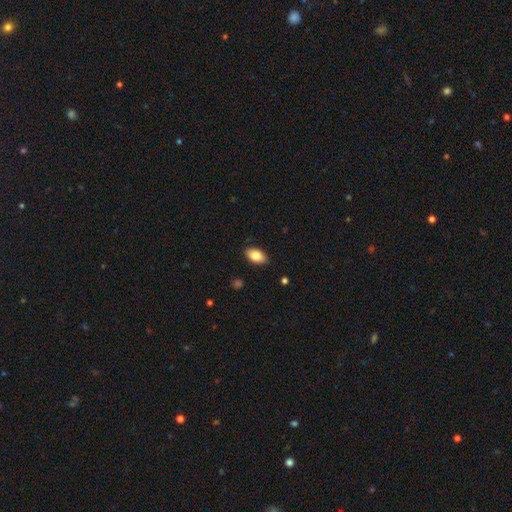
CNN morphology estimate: Q: Smooth or featured?
A: smooth (83%); runner-up: featured or disk (10%)
Q: How rounded?
A: in between (92%); runner-up: round (6%)
Q: Merging?
A: none (88%); runner-up: minor disturbance (10%)